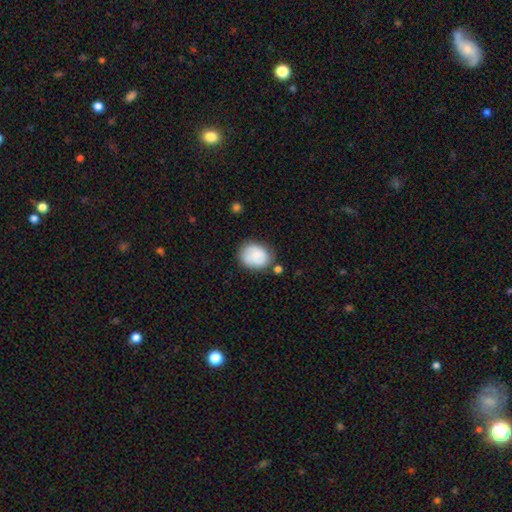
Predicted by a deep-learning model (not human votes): Morphology: type=smooth (70%); roundness=in between (55%); merging=none (64%).